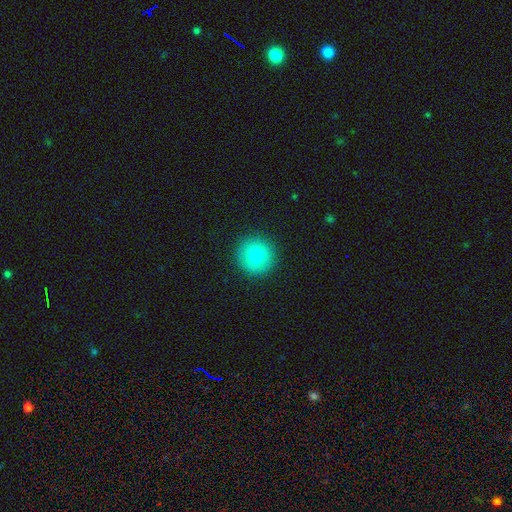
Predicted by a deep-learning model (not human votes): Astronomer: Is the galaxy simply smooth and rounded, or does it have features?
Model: smooth — 80%.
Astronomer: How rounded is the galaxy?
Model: round — 95%.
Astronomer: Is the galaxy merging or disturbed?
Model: none — 91%.